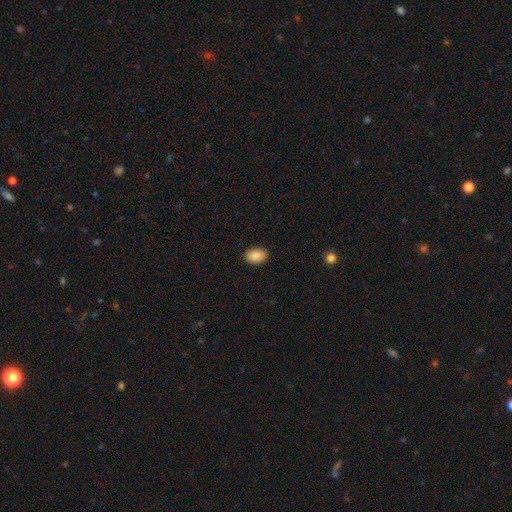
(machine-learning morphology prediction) smooth_or_featured: smooth (p=0.89) [alt: star or artifact p=0.07]
how_rounded: in between (p=0.88) [alt: round p=0.10]
merging: none (p=0.89) [alt: minor disturbance p=0.08]